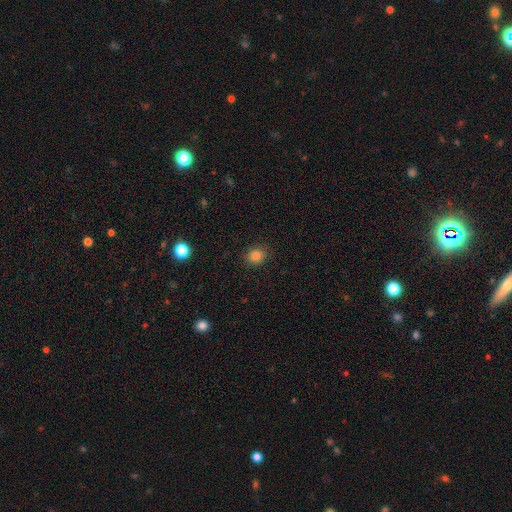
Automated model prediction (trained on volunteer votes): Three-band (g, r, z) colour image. It shows a smooth galaxy with no disk features (84%) that is round (69%). Merging: none (87%).